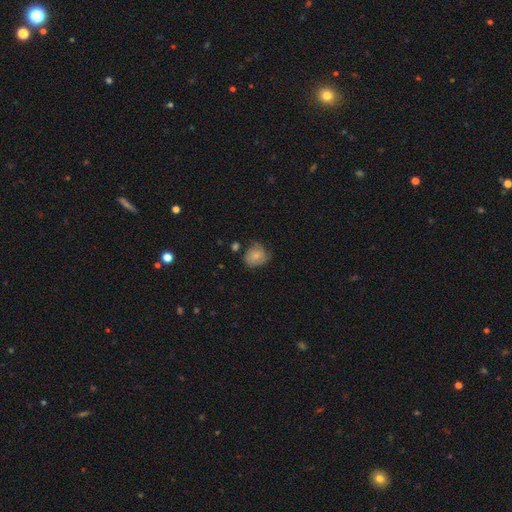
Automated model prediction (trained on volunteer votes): Q: Smooth or featured?
A: smooth (70%); runner-up: featured or disk (22%)
Q: How rounded?
A: round (68%); runner-up: in between (31%)
Q: Merging?
A: none (56%); runner-up: minor disturbance (30%)